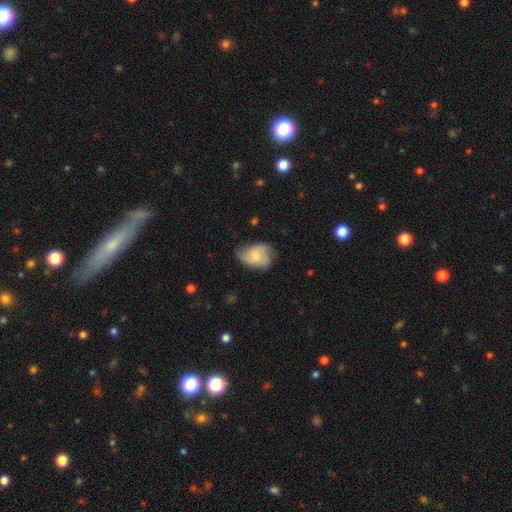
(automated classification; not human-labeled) A smooth galaxy with no disk features (50%) that is in between round and cigar-shaped (75%).

Vote fractions:
- Smooth or featured? smooth: 50% / featured or disk: 43% / star or artifact: 7%
- How rounded? in between: 75% / round: 24% / cigar-shaped: 1%
- Merging? none: 52% / minor disturbance: 35% / major disturbance: 11% / merger: 2%